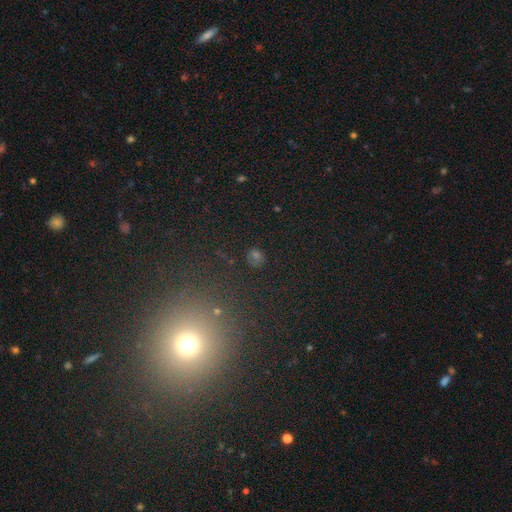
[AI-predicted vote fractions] smooth_or_featured: smooth (p=0.51) [alt: star or artifact p=0.39]
how_rounded: round (p=0.74) [alt: in between p=0.24]
merging: none (p=0.80) [alt: minor disturbance p=0.11]